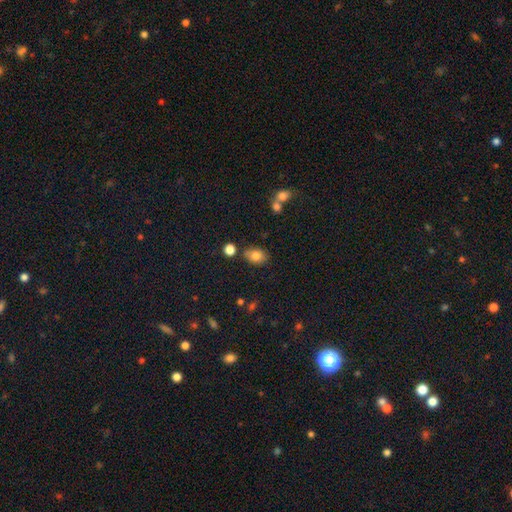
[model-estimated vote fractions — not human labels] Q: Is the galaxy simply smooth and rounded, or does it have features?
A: smooth — 81%.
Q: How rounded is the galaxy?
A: in between — 79%.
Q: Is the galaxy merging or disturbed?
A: none — 77%.